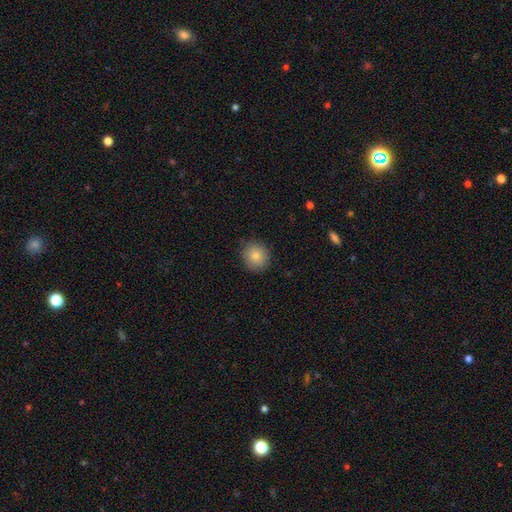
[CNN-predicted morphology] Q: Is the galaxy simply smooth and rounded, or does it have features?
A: smooth — 82%.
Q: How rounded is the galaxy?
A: round — 86%.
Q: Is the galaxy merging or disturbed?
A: none — 88%.